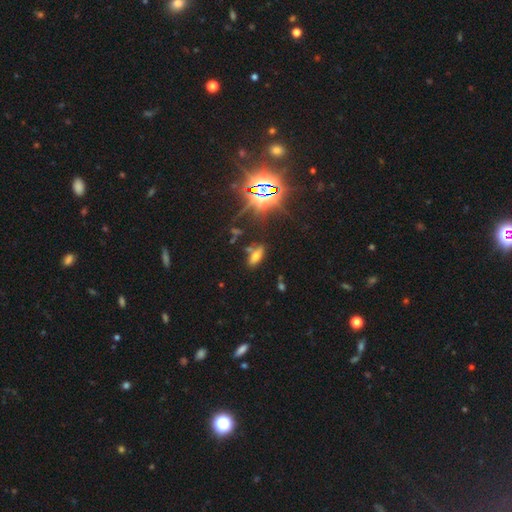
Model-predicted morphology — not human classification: Smooth or featured?
  - smooth: 53% *
  - star or artifact: 31%
  - featured or disk: 16%
How rounded?
  - in between: 79% *
  - cigar-shaped: 16%
  - round: 5%
Merging?
  - none: 74% *
  - minor disturbance: 13%
  - merger: 8%
  - major disturbance: 5%